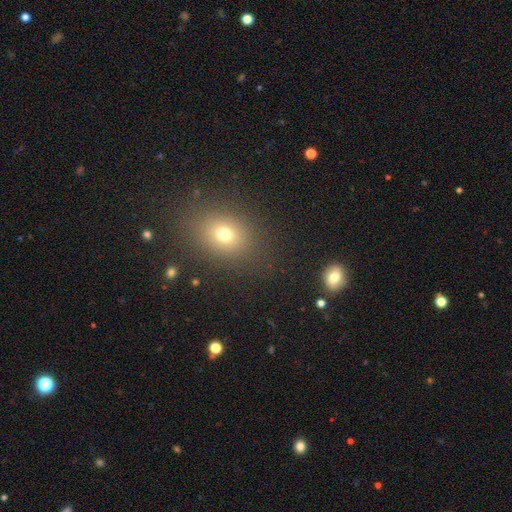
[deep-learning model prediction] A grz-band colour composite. It shows a smooth galaxy with no disk features (64%) that is in between round and cigar-shaped (53%). Merging: none (87%).